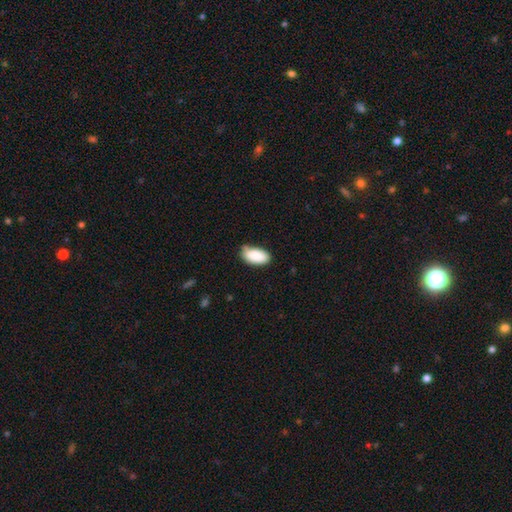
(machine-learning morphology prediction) smooth 89%, star or artifact 7%, featured or disk 5%. Down the decision tree: how rounded — in between (95%); merging — none (67%).